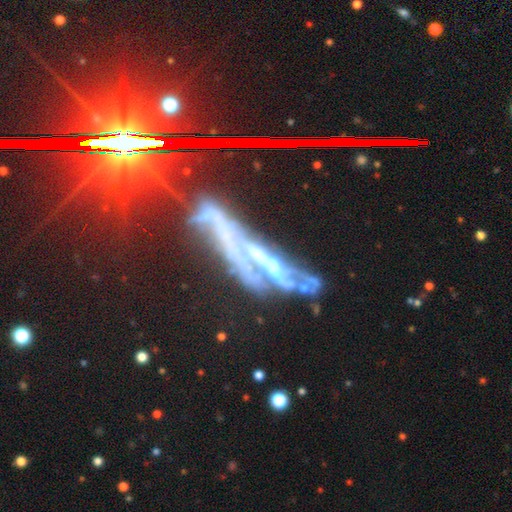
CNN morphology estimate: A featured or disk galaxy (60%). Merging: none (31%).